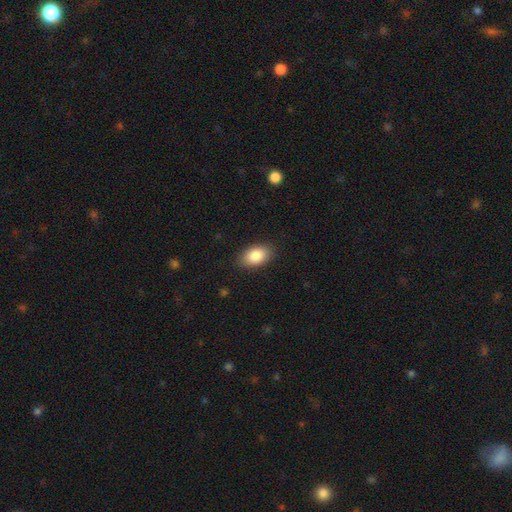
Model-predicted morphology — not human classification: Smooth or featured: smooth — 85% (featured or disk — 7%)
How rounded: in between — 91% (round — 7%)
Merging: none — 87% (minor disturbance — 10%)